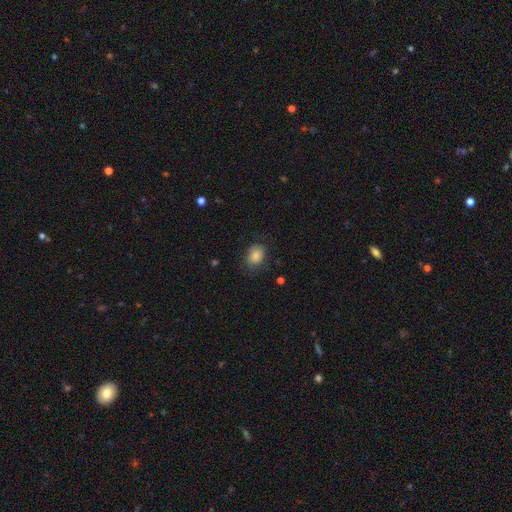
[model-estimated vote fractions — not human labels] A smooth galaxy with no disk features (82%) that is in between round and cigar-shaped (59%).

Vote fractions:
- Smooth or featured? smooth: 82% / star or artifact: 9% / featured or disk: 9%
- How rounded? in between: 59% / round: 40% / cigar-shaped: 1%
- Merging? none: 75% / minor disturbance: 18% / major disturbance: 6% / merger: 1%